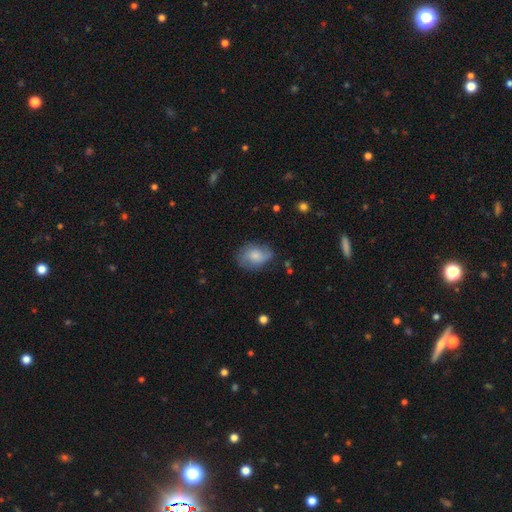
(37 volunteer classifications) A smooth galaxy with no disk features (76%) that is in between round and cigar-shaped (79%).

Vote fractions:
- Smooth or featured? smooth: 76% / featured or disk: 22% / star or artifact: 3%
- How rounded? in between: 79% / round: 21% / cigar-shaped: 0%
- Merging? none: 61% / minor disturbance: 33% / major disturbance: 3% / merger: 3%